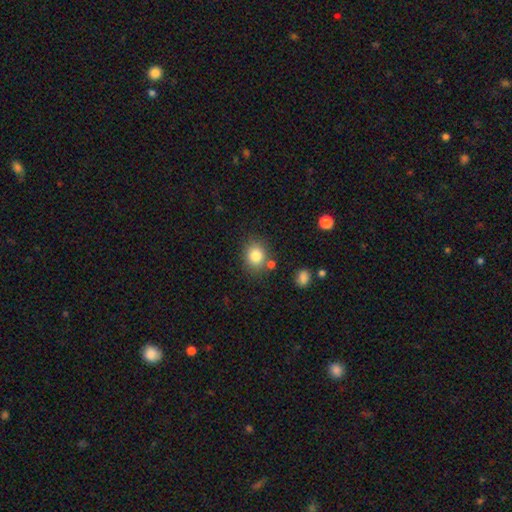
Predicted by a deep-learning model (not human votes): Smooth or featured?
  - smooth: 82% *
  - star or artifact: 10%
  - featured or disk: 7%
How rounded?
  - round: 63% *
  - in between: 36%
  - cigar-shaped: 1%
Merging?
  - none: 75% *
  - minor disturbance: 12%
  - merger: 9%
  - major disturbance: 4%